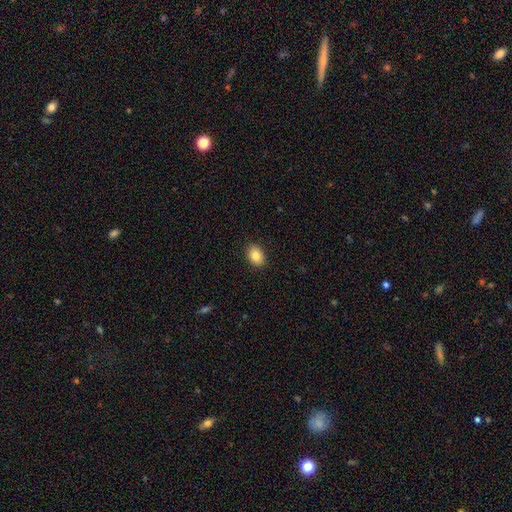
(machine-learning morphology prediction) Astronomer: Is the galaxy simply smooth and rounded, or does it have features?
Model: smooth — 85%.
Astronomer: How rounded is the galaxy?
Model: in between — 79%.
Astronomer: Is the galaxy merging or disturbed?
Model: none — 90%.